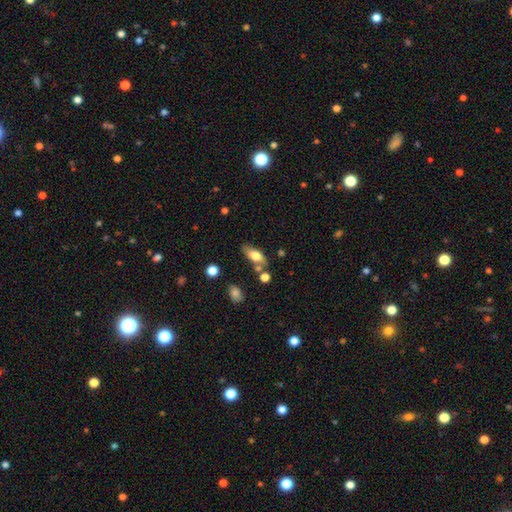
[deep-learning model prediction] A smooth galaxy with no disk features (68%) that is in between round and cigar-shaped (77%).

Vote fractions:
- Smooth or featured? smooth: 68% / featured or disk: 24% / star or artifact: 8%
- How rounded? in between: 77% / cigar-shaped: 20% / round: 4%
- Merging? none: 66% / minor disturbance: 17% / merger: 12% / major disturbance: 5%